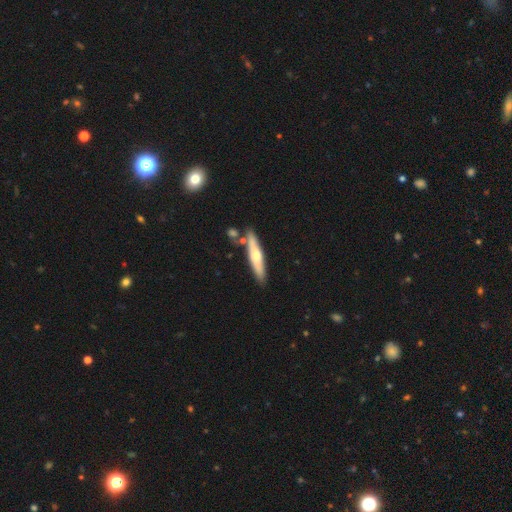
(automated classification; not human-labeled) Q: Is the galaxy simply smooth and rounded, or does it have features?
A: smooth — 49%.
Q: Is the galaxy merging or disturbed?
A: none — 78%.